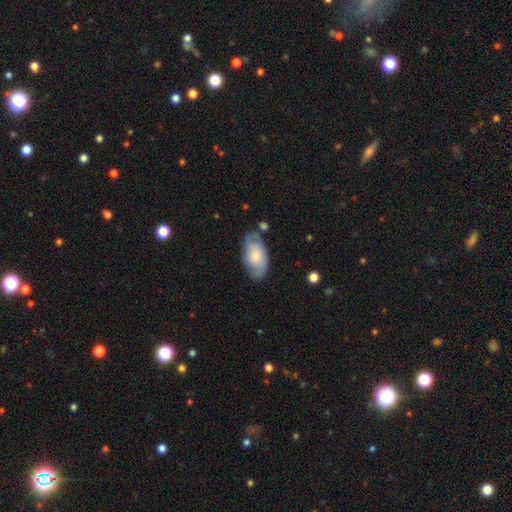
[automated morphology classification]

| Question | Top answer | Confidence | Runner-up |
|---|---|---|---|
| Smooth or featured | smooth | 60% | featured or disk (34%) |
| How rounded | in between | 94% | round (4%) |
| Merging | none | 69% | minor disturbance (21%) |